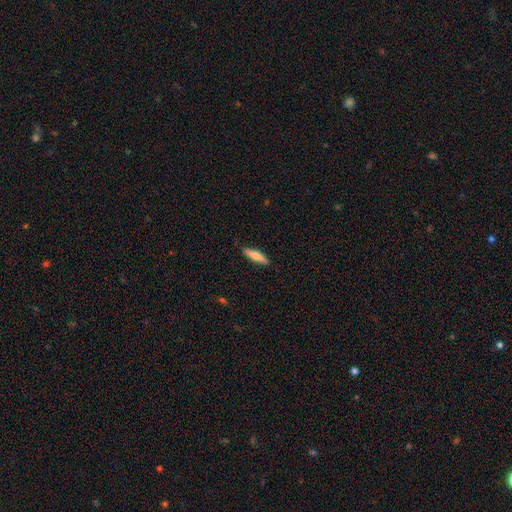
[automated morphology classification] smooth 69%, featured or disk 25%, star or artifact 6%. Down the decision tree: how rounded — cigar-shaped (75%); merging — none (89%).